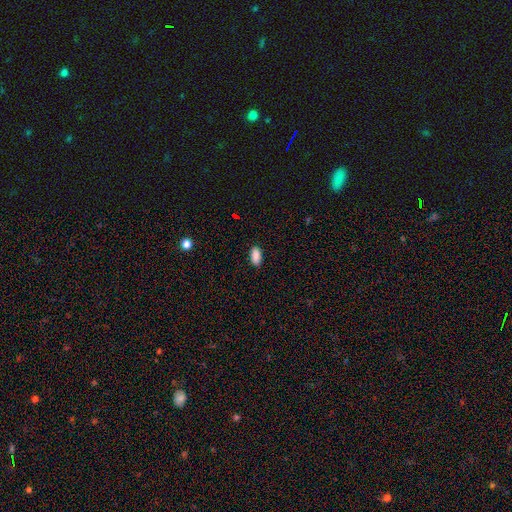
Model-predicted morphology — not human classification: Q: Smooth or featured?
A: smooth (89%); runner-up: star or artifact (8%)
Q: How rounded?
A: in between (91%); runner-up: cigar-shaped (6%)
Q: Merging?
A: none (88%); runner-up: minor disturbance (9%)